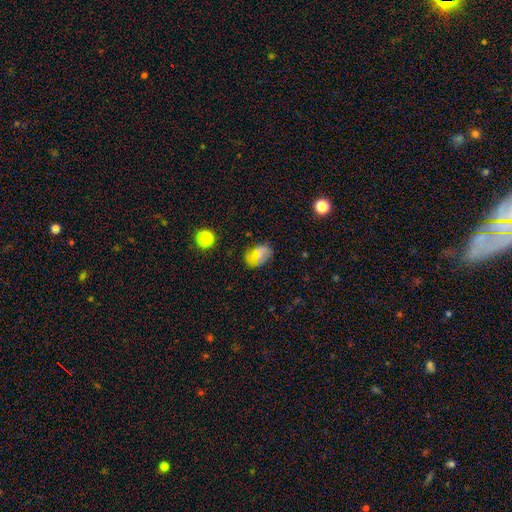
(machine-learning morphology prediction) This appears to be a smooth galaxy with no disk features (62%) that is in between round and cigar-shaped (80%). Merging: none (77%).